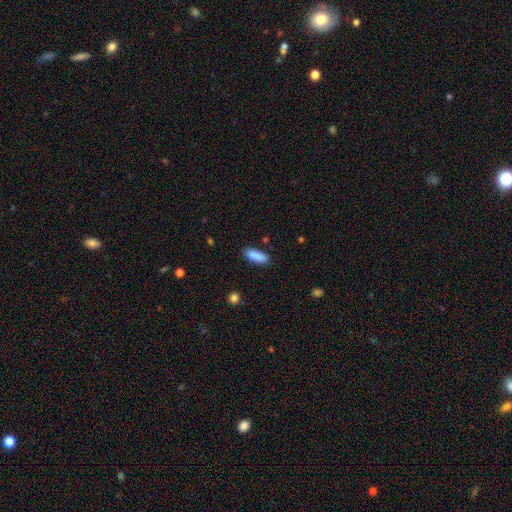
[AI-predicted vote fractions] Smooth or featured?
  - smooth: 87% *
  - star or artifact: 7%
  - featured or disk: 5%
How rounded?
  - in between: 59% *
  - cigar-shaped: 39%
  - round: 2%
Merging?
  - none: 79% *
  - minor disturbance: 15%
  - merger: 3%
  - major disturbance: 3%